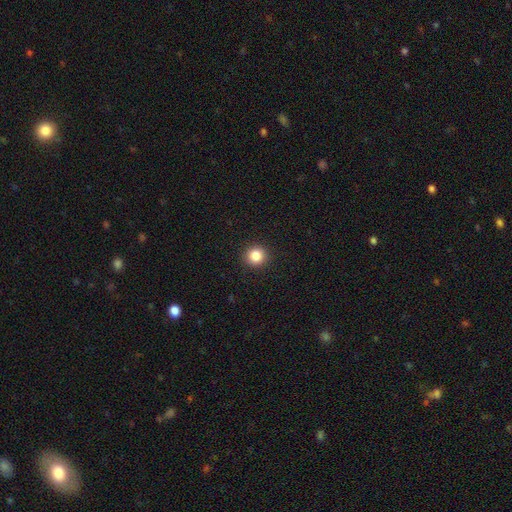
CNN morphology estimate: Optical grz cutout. It shows a smooth galaxy with no disk features (85%) that is round (93%). Merging: none (92%).